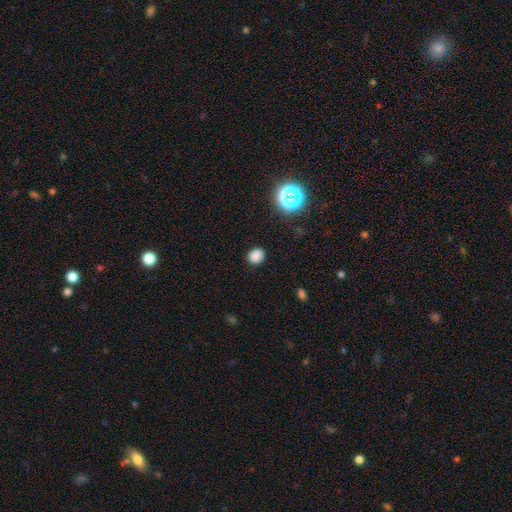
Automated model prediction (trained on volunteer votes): A smooth galaxy with no disk features (82%) that is round (60%). Merging: none (87%).